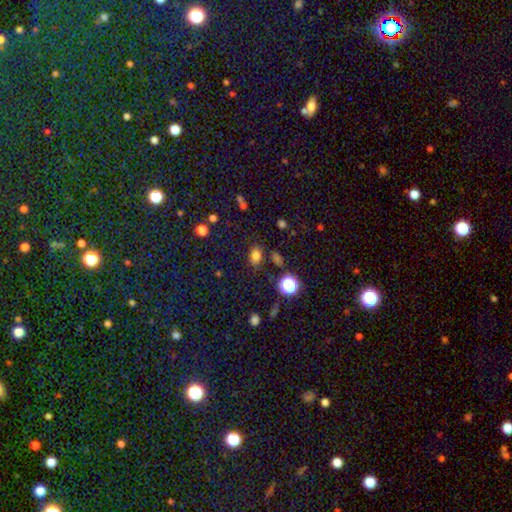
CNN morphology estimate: This is likely a smooth galaxy (76%). How rounded: likely in between (69%). Merging: likely none (76%).